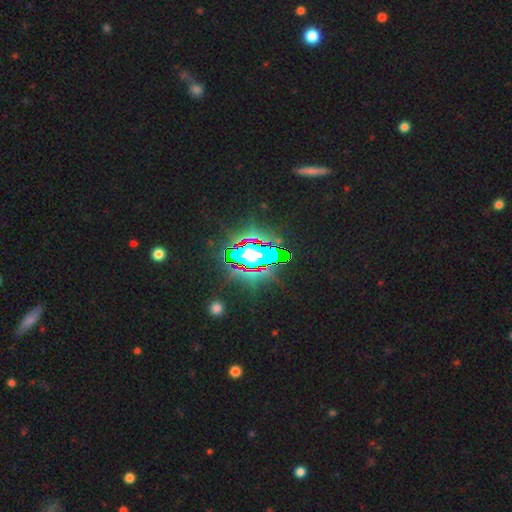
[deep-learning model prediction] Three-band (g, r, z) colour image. It shows a star or artifact, not a galaxy (84%).